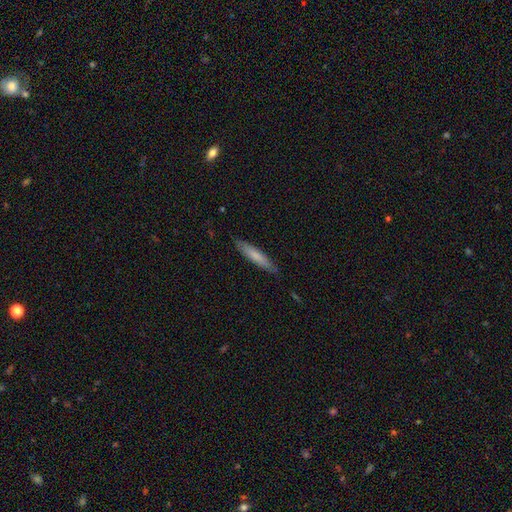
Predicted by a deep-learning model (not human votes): Smooth or featured? Predicted: smooth (p=0.72). How rounded? Predicted: cigar-shaped (p=0.88). Merging? Predicted: none (p=0.86).